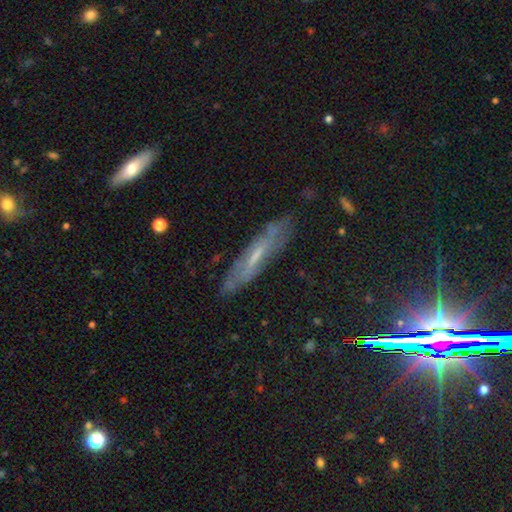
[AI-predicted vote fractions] The model was most divided on "edge-on disk": yes: 52%, no: 48%. More confident: merging — none (76%); smooth or featured — featured or disk (62%).